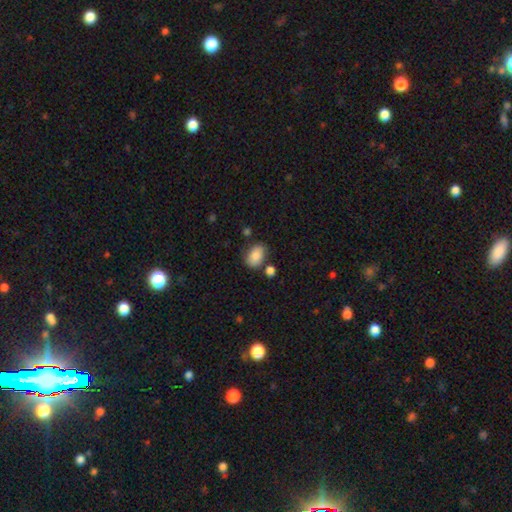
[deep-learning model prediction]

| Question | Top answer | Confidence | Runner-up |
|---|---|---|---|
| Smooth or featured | smooth | 86% | star or artifact (8%) |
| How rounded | in between | 82% | round (17%) |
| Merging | none | 71% | minor disturbance (16%) |